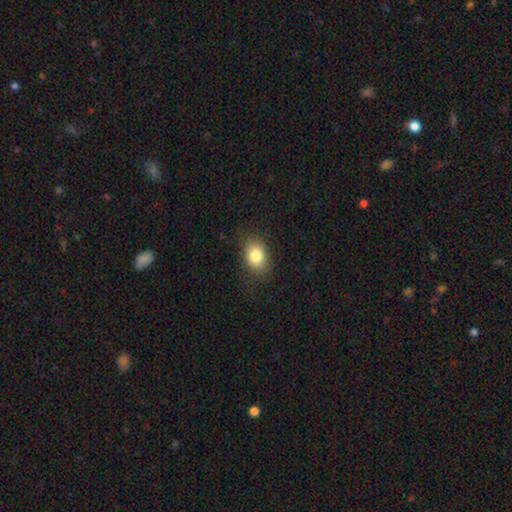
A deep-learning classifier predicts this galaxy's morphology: The model was most divided on "how rounded": in between: 72%, round: 27%, cigar-shaped: 1%. More confident: smooth or featured — smooth (82%); merging — none (82%).